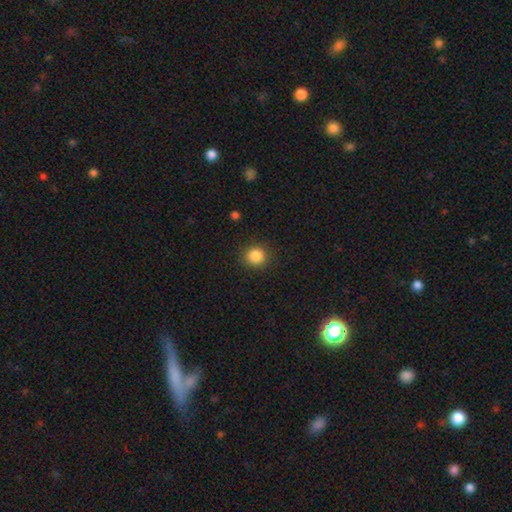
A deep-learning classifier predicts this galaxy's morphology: This is clearly a smooth galaxy (86%). How rounded: clearly round (87%). Merging: clearly none (89%).